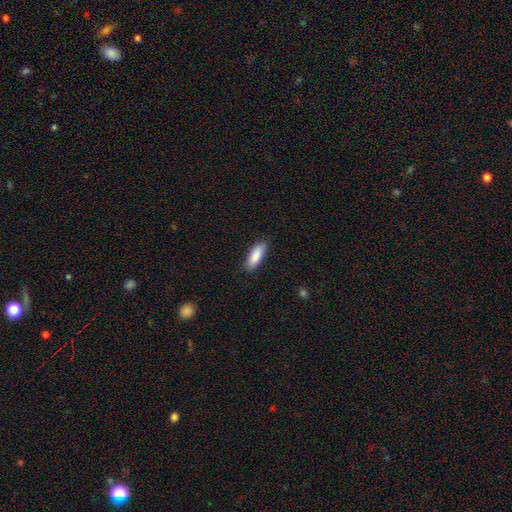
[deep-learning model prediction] Smooth or featured? smooth (88%)
How rounded? in between (63%)
Merging? none (85%)